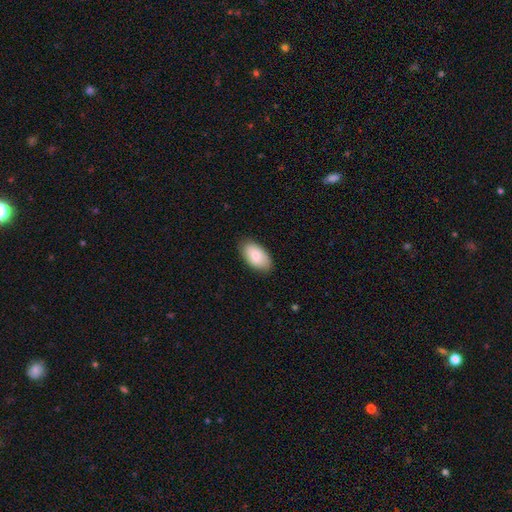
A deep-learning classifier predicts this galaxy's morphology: A smooth galaxy with no disk features (80%) that is in between round and cigar-shaped (95%). Merging: none (84%).